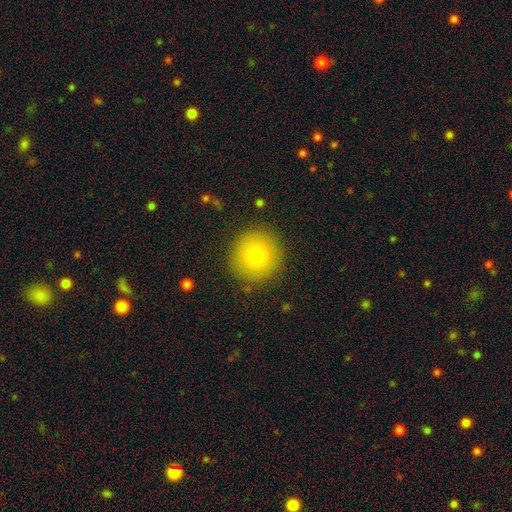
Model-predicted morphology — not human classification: Overall: smooth (77%). How rounded: round (94%). Merging: none (89%).